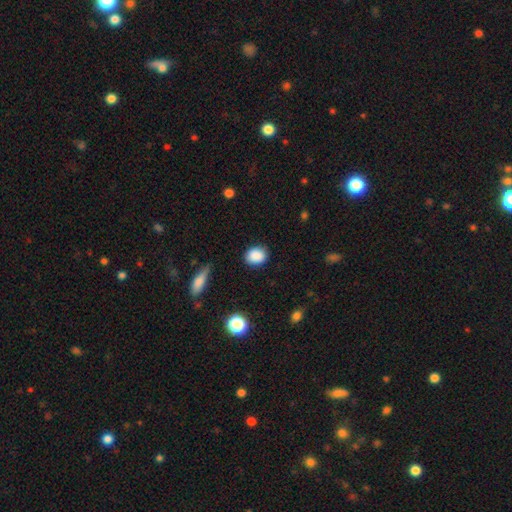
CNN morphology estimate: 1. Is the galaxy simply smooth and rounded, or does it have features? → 88% smooth, 8% star or artifact, 4% featured or disk.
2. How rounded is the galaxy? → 50% round, 48% in between, 1% cigar-shaped.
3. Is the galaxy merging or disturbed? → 85% none, 11% minor disturbance, 3% major disturbance, 1% merger.